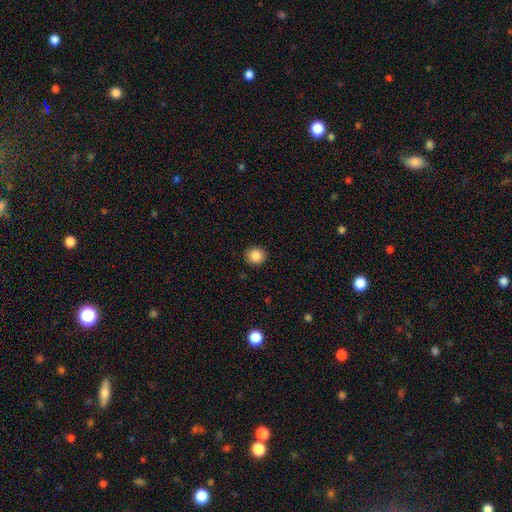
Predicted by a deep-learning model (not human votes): Smooth or featured? smooth (86%)
How rounded? round (75%)
Merging? none (89%)